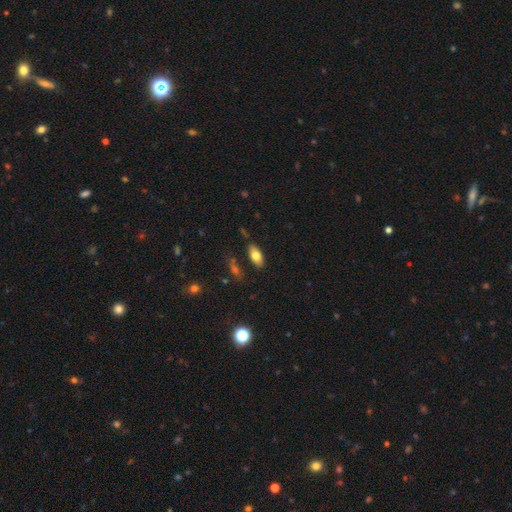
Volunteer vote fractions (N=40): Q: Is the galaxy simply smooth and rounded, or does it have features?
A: smooth — 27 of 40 (68%).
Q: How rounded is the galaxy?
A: in between — 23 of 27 (85%).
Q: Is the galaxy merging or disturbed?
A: none — 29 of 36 (81%).